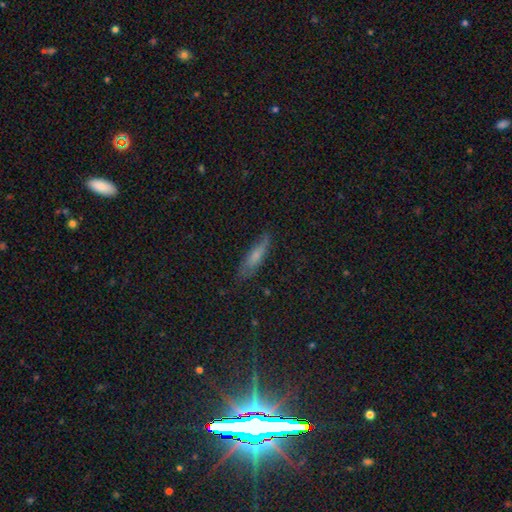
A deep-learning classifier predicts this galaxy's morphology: Smooth or featured? smooth (61%)
How rounded? cigar-shaped (68%)
Merging? none (73%)